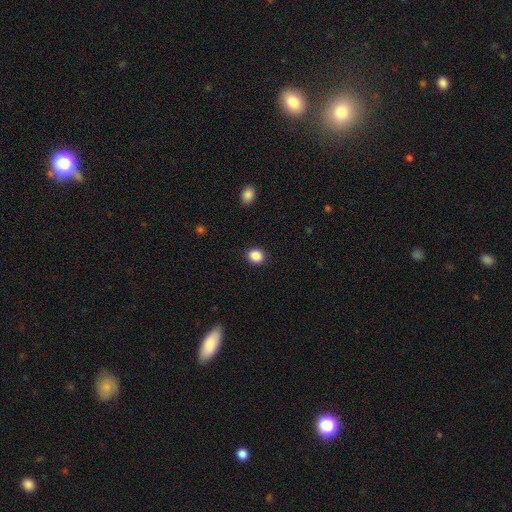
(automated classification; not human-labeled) Smooth or featured: smooth — 88% (star or artifact — 10%)
How rounded: round — 77% (in between — 22%)
Merging: none — 90% (minor disturbance — 6%)